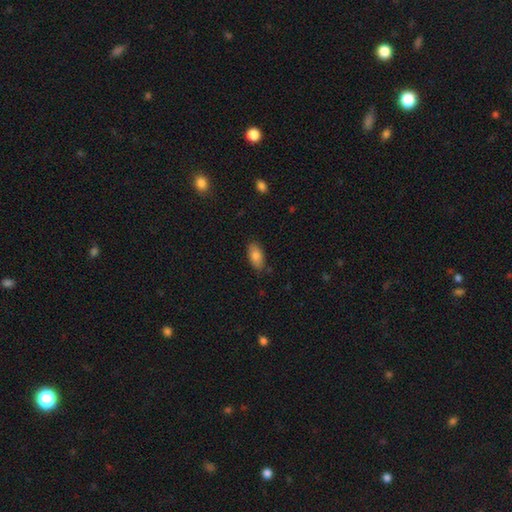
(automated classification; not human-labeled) Q: Smooth or featured?
A: smooth (82%); runner-up: featured or disk (11%)
Q: How rounded?
A: in between (92%); runner-up: cigar-shaped (5%)
Q: Merging?
A: none (83%); runner-up: minor disturbance (13%)